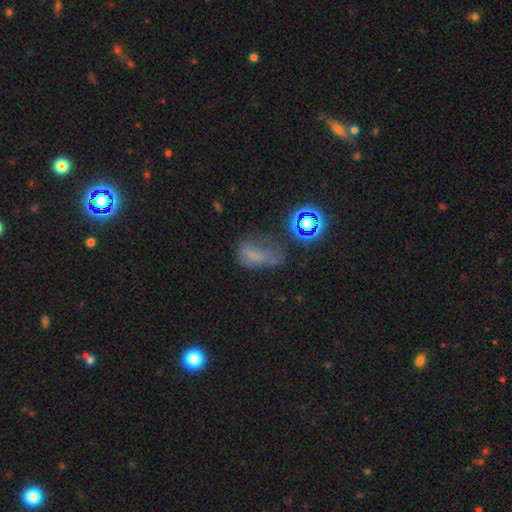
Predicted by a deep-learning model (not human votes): The model was most divided on "merging": major disturbance: 35%, none: 30%, minor disturbance: 25%, merger: 10%. Remaining: smooth or featured — smooth (48%).